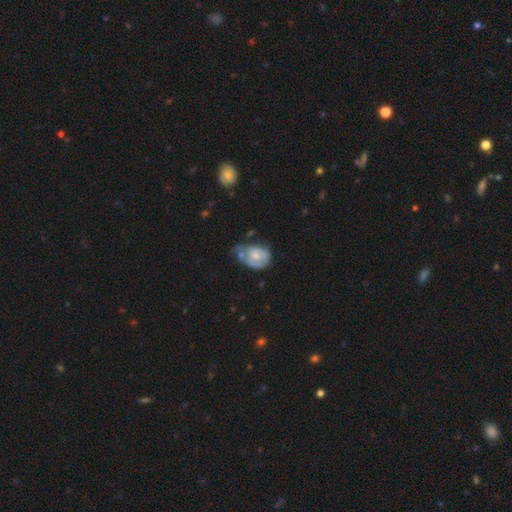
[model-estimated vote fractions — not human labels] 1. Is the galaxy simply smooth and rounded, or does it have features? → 46% featured or disk (tied), 46% smooth (tied), 7% star or artifact.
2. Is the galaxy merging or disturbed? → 34% minor disturbance, 26% none, 24% major disturbance, 16% merger.